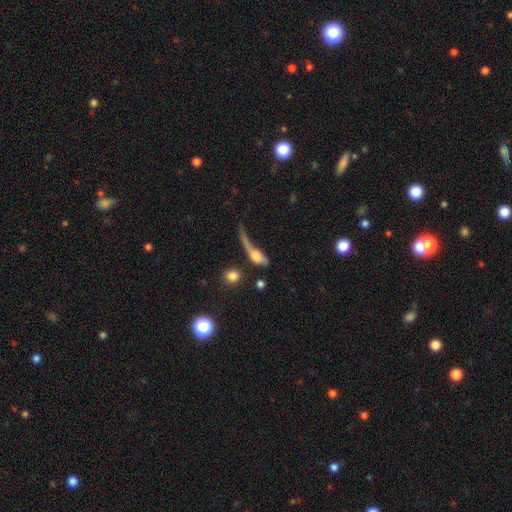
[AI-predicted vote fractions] A smooth galaxy with no disk features (53%) that is in between round and cigar-shaped (55%).

Vote fractions:
- Smooth or featured? smooth: 53% / featured or disk: 37% / star or artifact: 10%
- How rounded? in between: 55% / cigar-shaped: 32% / round: 14%
- Merging? major disturbance: 47% / none: 20% / merger: 16% / minor disturbance: 16%